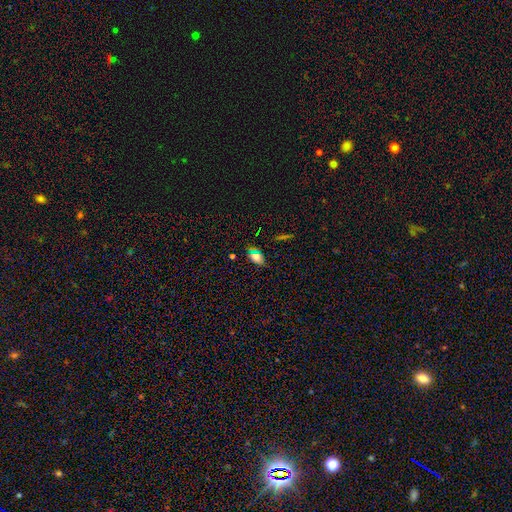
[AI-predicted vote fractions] Smooth or featured?
  - smooth: 62% *
  - star or artifact: 27%
  - featured or disk: 11%
How rounded?
  - in between: 82% *
  - round: 14%
  - cigar-shaped: 4%
Merging?
  - none: 81% *
  - minor disturbance: 13%
  - major disturbance: 4%
  - merger: 2%